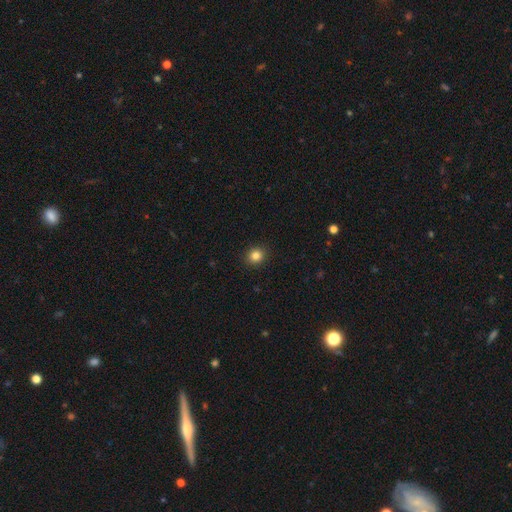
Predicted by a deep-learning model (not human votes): smooth_or_featured: smooth (p=0.83) [alt: star or artifact p=0.12]
how_rounded: round (p=0.85) [alt: in between p=0.14]
merging: none (p=0.92) [alt: minor disturbance p=0.06]